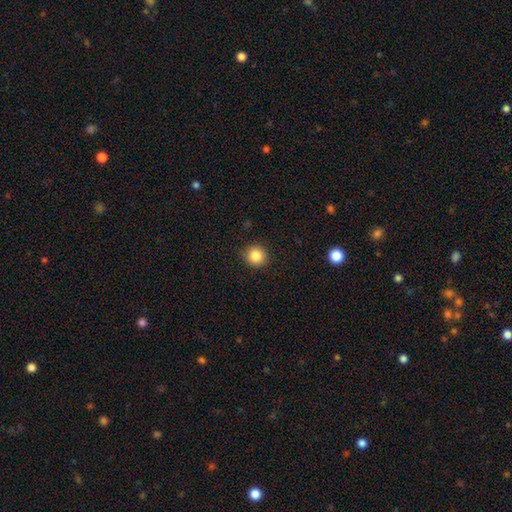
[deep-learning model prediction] smooth_or_featured: smooth (p=0.86) [alt: star or artifact p=0.10]
how_rounded: round (p=0.91) [alt: in between p=0.08]
merging: none (p=0.89) [alt: minor disturbance p=0.08]